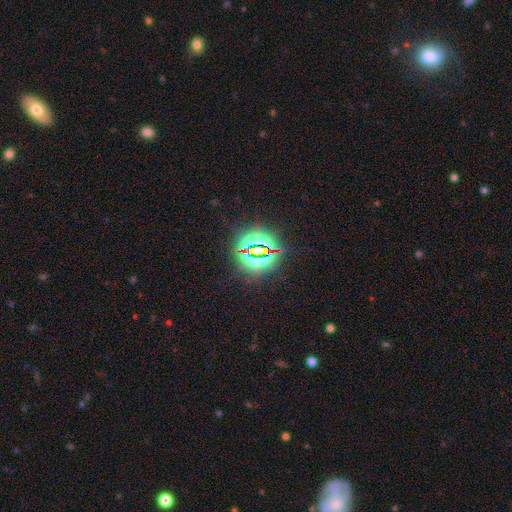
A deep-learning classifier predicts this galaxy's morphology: Overall: star or artifact (80%).